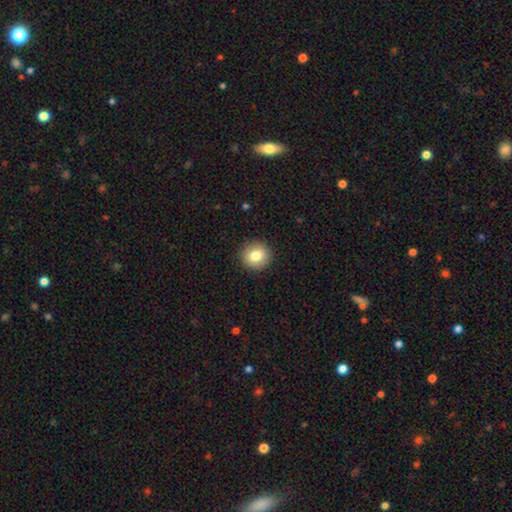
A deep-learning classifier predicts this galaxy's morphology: Overall: smooth (80%). How rounded: round (85%). Merging: none (91%).